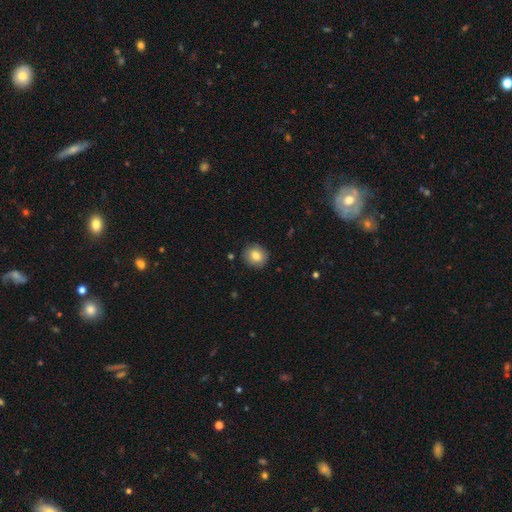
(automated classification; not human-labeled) A smooth galaxy with no disk features (82%) that is round (83%). Merging: none (87%).